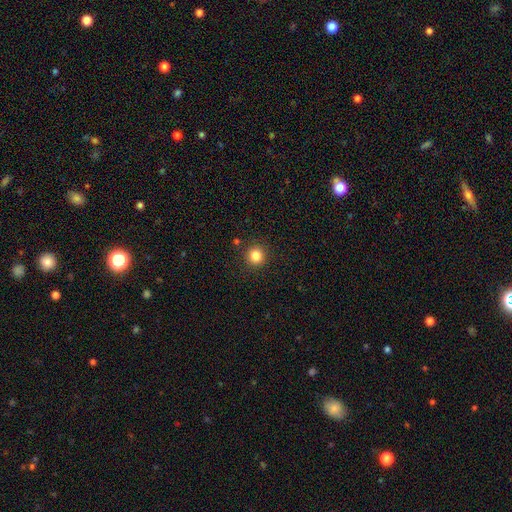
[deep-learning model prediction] smooth-or-featured: smooth: 83% | star or artifact: 12% | featured or disk: 5%
  how-rounded: round: 92% | in between: 7% | cigar-shaped: 1%
  merging: none: 90% | minor disturbance: 6% | major disturbance: 2% | merger: 2%